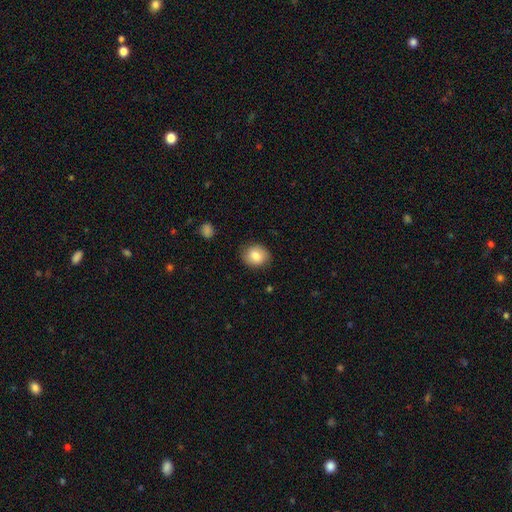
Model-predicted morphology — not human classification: Smooth or featured? Predicted: smooth (p=0.82). How rounded? Predicted: round (p=0.65). Merging? Predicted: none (p=0.83).